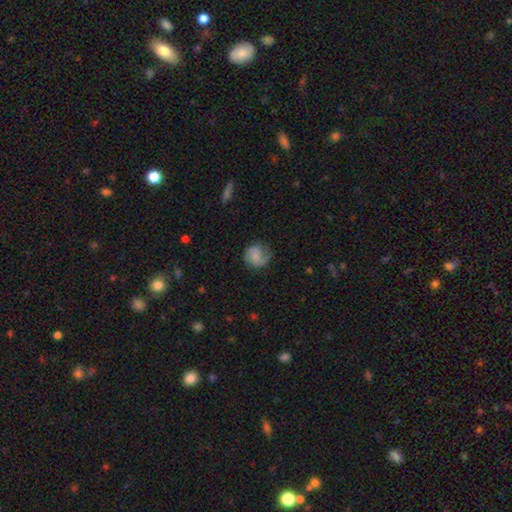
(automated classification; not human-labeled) Q: Smooth or featured?
A: featured or disk (57%); runner-up: smooth (36%)
Q: Edge-on disk?
A: no (98%); runner-up: yes (2%)
Q: Bar?
A: no (55%); runner-up: weak (37%)
Q: Spiral arms?
A: yes (93%); runner-up: no (7%)
Q: Spiral winding?
A: medium (46%); runner-up: tight (28%)
Q: Spiral arm count?
A: 2 (74%); runner-up: 1 (17%)
Q: Bulge size?
A: none (45%); runner-up: small (29%)
Q: Merging?
A: none (69%); runner-up: minor disturbance (20%)